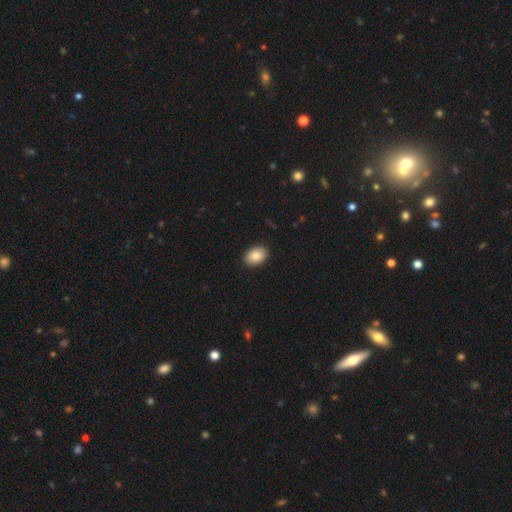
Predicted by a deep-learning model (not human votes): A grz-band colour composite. It shows a smooth galaxy with no disk features (86%) that is in between round and cigar-shaped (82%). Merging: none (90%).